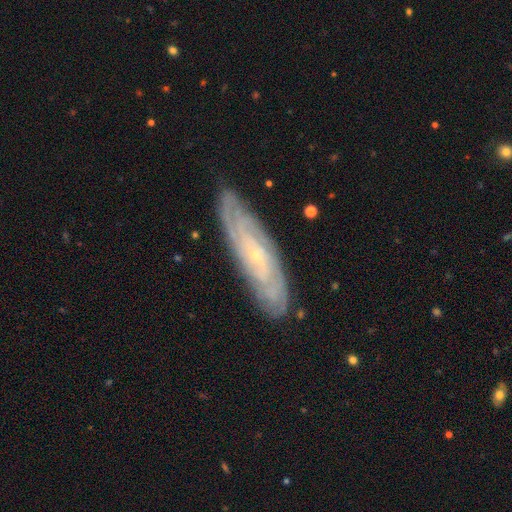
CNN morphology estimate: featured or disk 82%, smooth 11%, star or artifact 7%. Down the decision tree: edge-on disk — no (81%); bar — no (69%); spiral arms — yes (96%); spiral arm count — can't tell (42%); spiral winding — tight (77%); bulge size — small (83%); merging — none (84%).